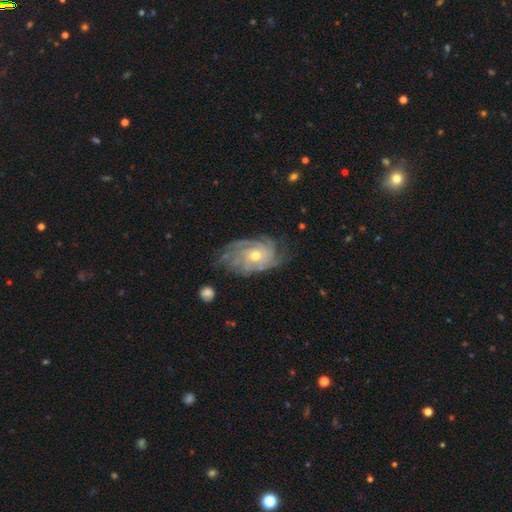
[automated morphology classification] A featured or disk galaxy (86%) with no bar (77%), tight (69%) spiral arms (95%) and a moderate central bulge (57%).

Vote fractions:
- Smooth or featured? featured or disk: 86% / smooth: 8% / star or artifact: 6%
- Edge-on disk? no: 96% / yes: 4%
- Bar? no: 77% / weak: 19% / strong: 4%
- Spiral arms? yes: 95% / no: 5%
- Spiral winding? tight: 69% / medium: 25% / loose: 7%
- Spiral arm count? can't tell: 36% / 4: 20% / 3: 18% / 2: 11% / more than 4: 9% / 1: 6%
- Bulge size? moderate: 57% / small: 39% / large: 2% / none: 1% / dominant: 1%
- Merging? none: 69% / minor disturbance: 21% / major disturbance: 9% / merger: 2%